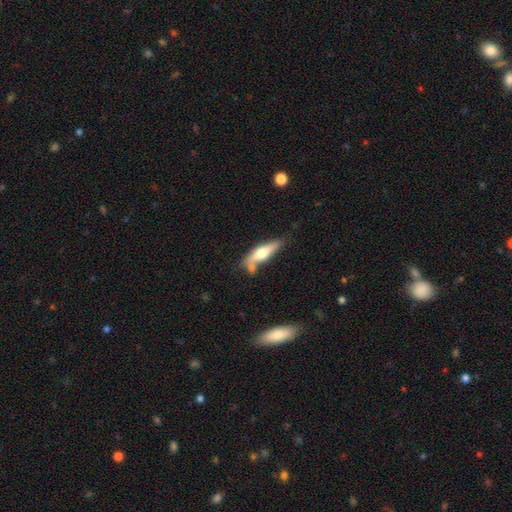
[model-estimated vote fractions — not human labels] Smooth or featured: featured or disk — 48% (smooth — 39%)
Merging: none — 63% (minor disturbance — 21%)